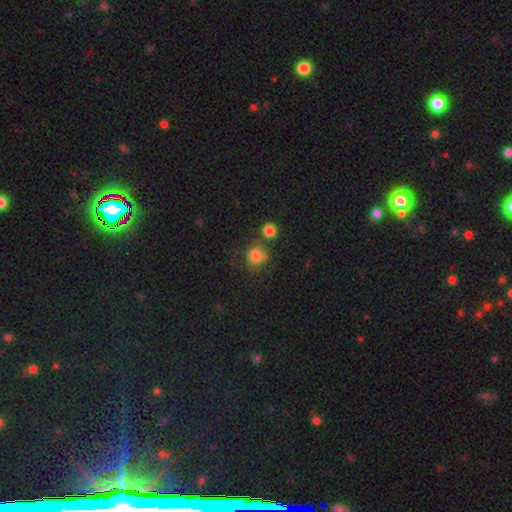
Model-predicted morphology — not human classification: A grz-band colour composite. It shows a smooth galaxy with no disk features (80%) that is round (86%). Merging: none (65%).